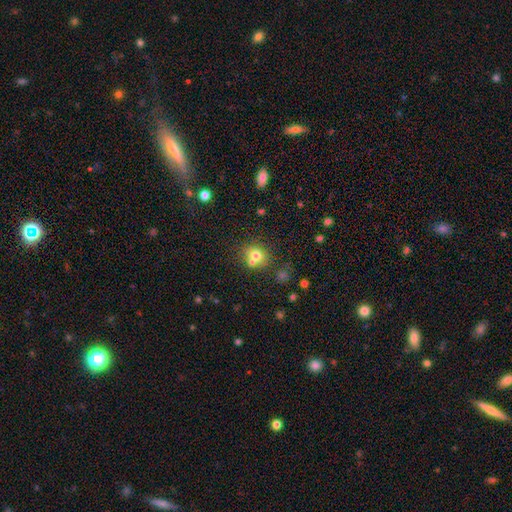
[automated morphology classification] smooth-or-featured: smooth: 71% | star or artifact: 15% | featured or disk: 14%
  how-rounded: round: 79% | in between: 20% | cigar-shaped: 1%
  merging: none: 59% | merger: 28% | minor disturbance: 10% | major disturbance: 3%